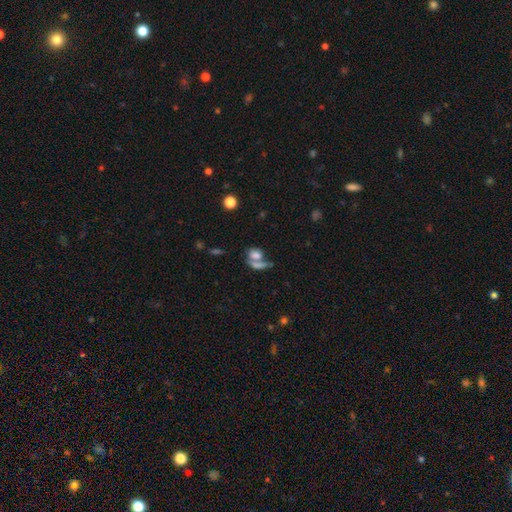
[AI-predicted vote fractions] Smooth or featured? smooth (72%)
How rounded? in between (58%)
Merging? merger (51%)